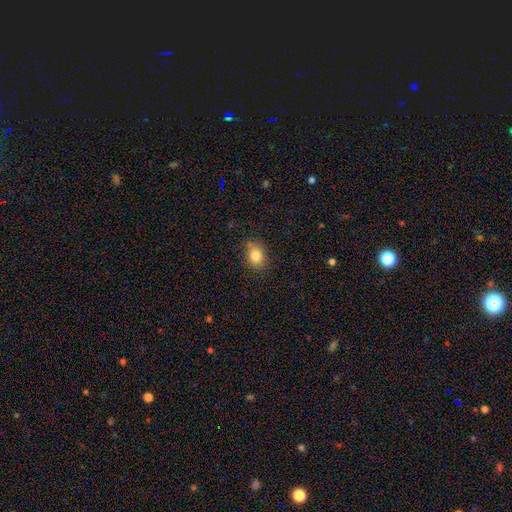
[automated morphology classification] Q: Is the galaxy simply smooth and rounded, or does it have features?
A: smooth — 83%.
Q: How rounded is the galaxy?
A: in between — 51%.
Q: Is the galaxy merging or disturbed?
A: none — 79%.